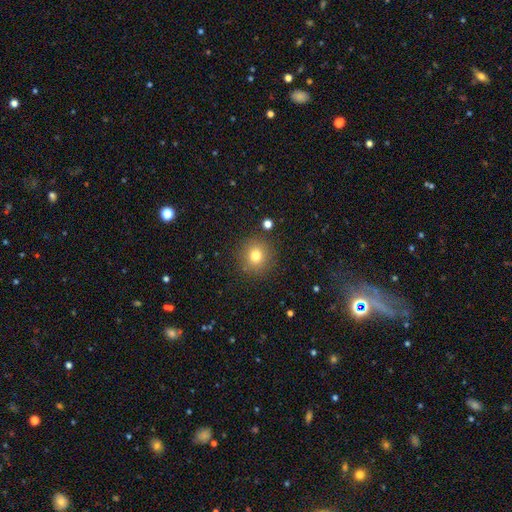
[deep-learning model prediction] A smooth galaxy with no disk features (78%) that is round (93%).

Vote fractions:
- Smooth or featured? smooth: 78% / star or artifact: 13% / featured or disk: 8%
- How rounded? round: 93% / in between: 6% / cigar-shaped: 1%
- Merging? none: 88% / minor disturbance: 7% / major disturbance: 3% / merger: 2%